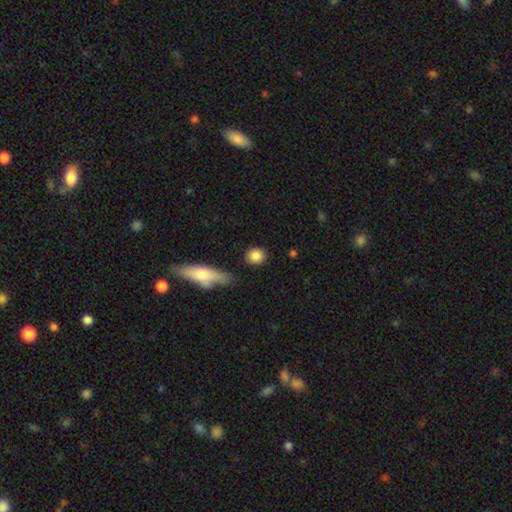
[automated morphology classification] Smooth or featured? Predicted: smooth (p=0.86). How rounded? Predicted: round (p=0.80). Merging? Predicted: none (p=0.84).